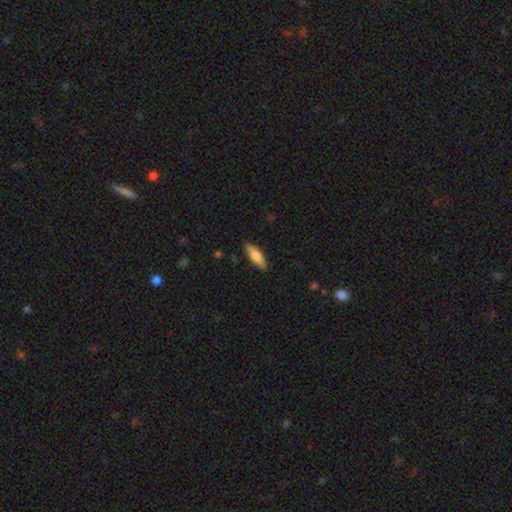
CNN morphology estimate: Q: Smooth or featured?
A: smooth (58%); runner-up: featured or disk (36%)
Q: How rounded?
A: cigar-shaped (60%); runner-up: in between (38%)
Q: Merging?
A: none (89%); runner-up: minor disturbance (8%)